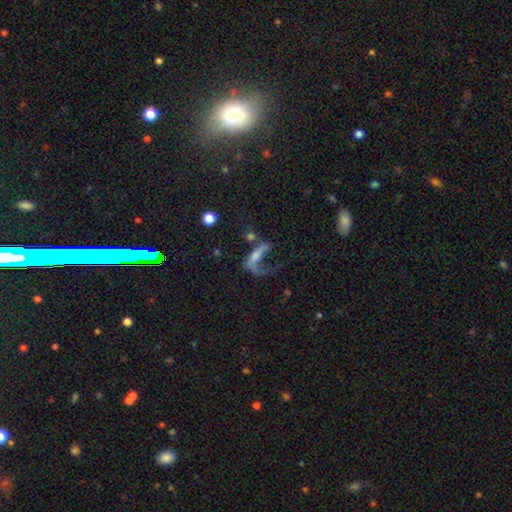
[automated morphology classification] This is possibly a featured or disk galaxy (47%). Merging: possibly major disturbance (53%).